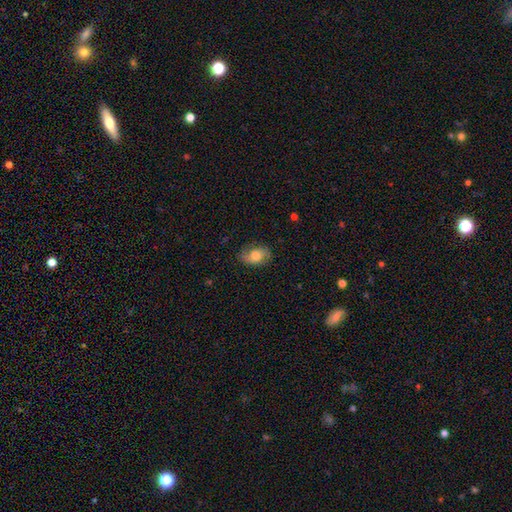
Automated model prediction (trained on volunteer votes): smooth-or-featured: smooth: 61% | featured or disk: 31% | star or artifact: 8%
  how-rounded: in between: 80% | round: 18% | cigar-shaped: 1%
  merging: none: 69% | minor disturbance: 22% | major disturbance: 8% | merger: 1%